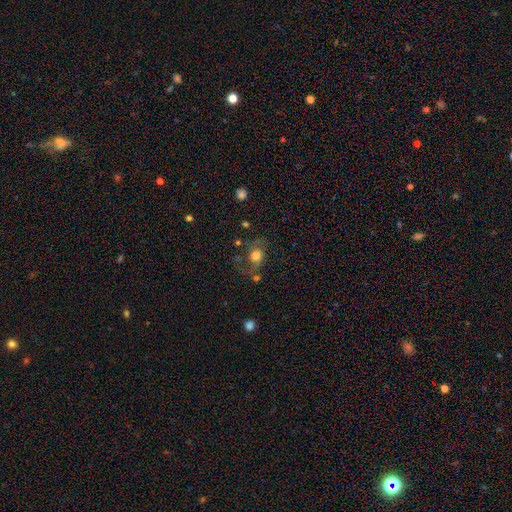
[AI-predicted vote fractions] smooth-or-featured: smooth: 49% | featured or disk: 39% | star or artifact: 11%
  merging: none: 55% | minor disturbance: 20% | major disturbance: 19% | merger: 6%